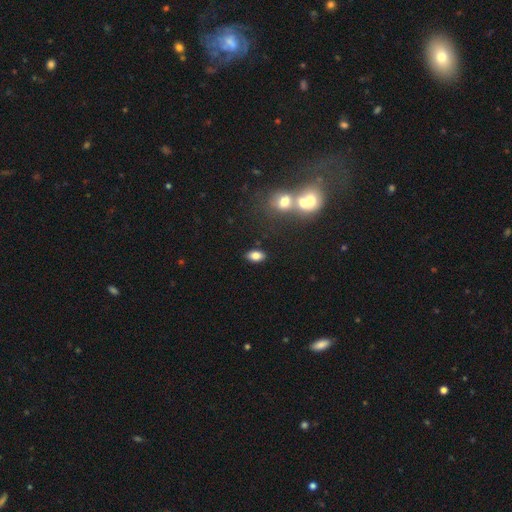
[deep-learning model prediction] Overall: smooth (79%). How rounded: in between (88%). Merging: none (84%).